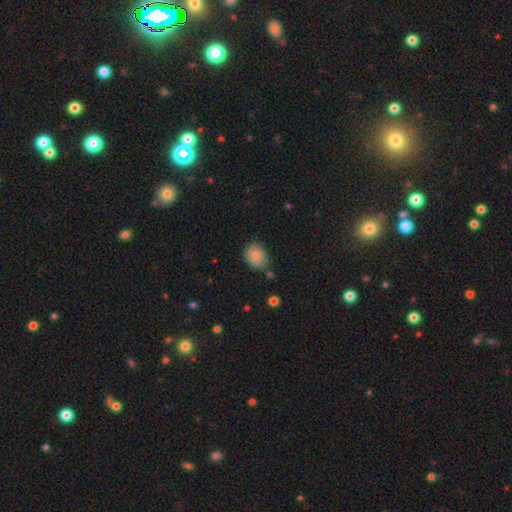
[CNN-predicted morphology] Q: Smooth or featured?
A: smooth (84%); runner-up: star or artifact (8%)
Q: How rounded?
A: in between (50%); runner-up: round (49%)
Q: Merging?
A: none (79%); runner-up: minor disturbance (15%)